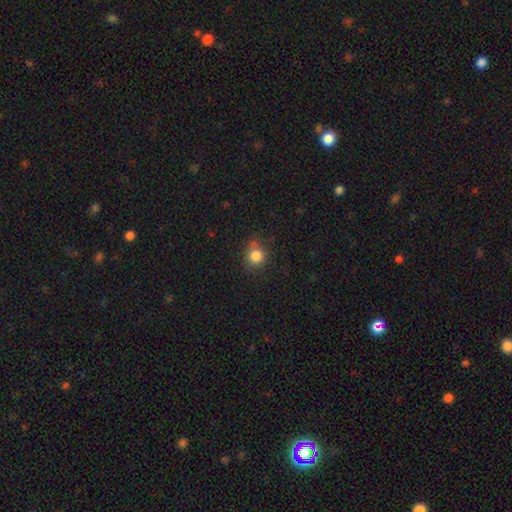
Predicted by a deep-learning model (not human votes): This is clearly a smooth galaxy (83%). How rounded: clearly round (81%). Merging: likely none (66%).